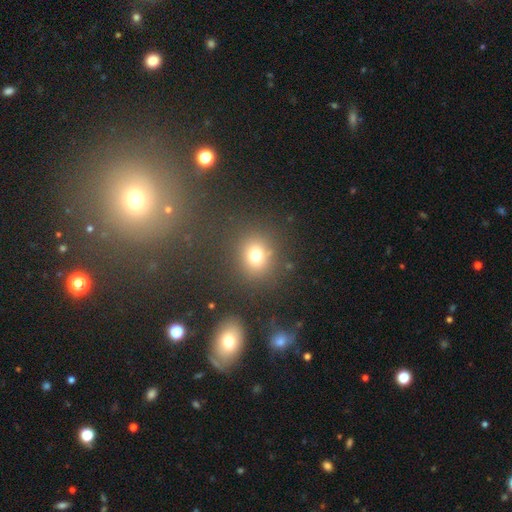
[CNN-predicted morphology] The model was most divided on "how rounded": round: 75%, in between: 24%, cigar-shaped: 1%. More confident: merging — none (81%); smooth or featured — smooth (72%).